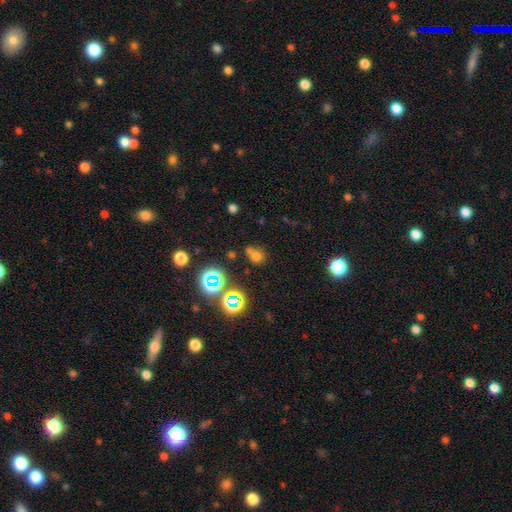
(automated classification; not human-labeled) Smooth or featured? Predicted: smooth (p=0.62). How rounded? Predicted: round (p=0.80). Merging? Predicted: none (p=0.55).